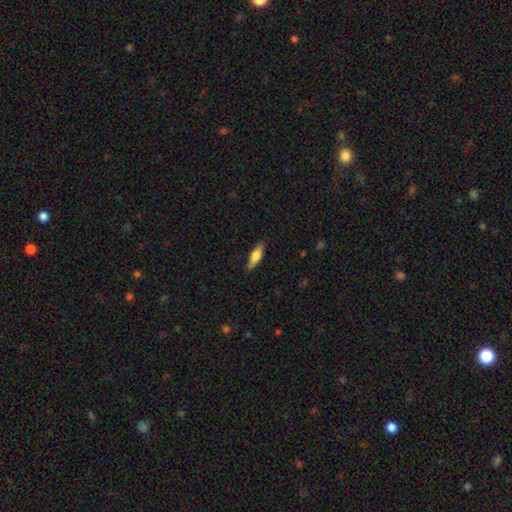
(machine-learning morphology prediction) This is possibly a smooth galaxy (56%). How rounded: possibly cigar-shaped (57%). Merging: clearly none (88%).